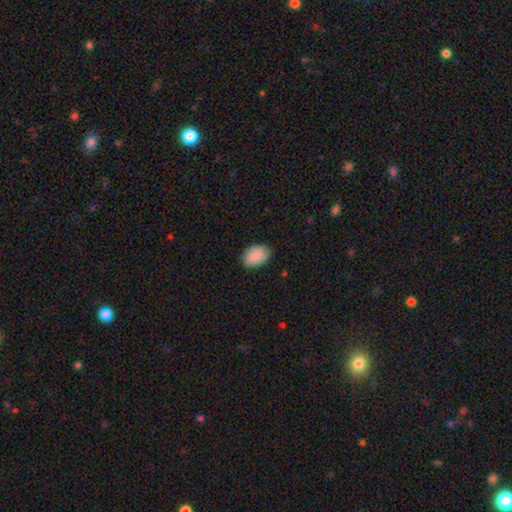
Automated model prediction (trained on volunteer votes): A smooth galaxy with no disk features (88%) that is in between round and cigar-shaped (87%).

Vote fractions:
- Smooth or featured? smooth: 88% / star or artifact: 6% / featured or disk: 6%
- How rounded? in between: 87% / round: 12% / cigar-shaped: 1%
- Merging? none: 85% / minor disturbance: 12% / major disturbance: 2% / merger: 1%